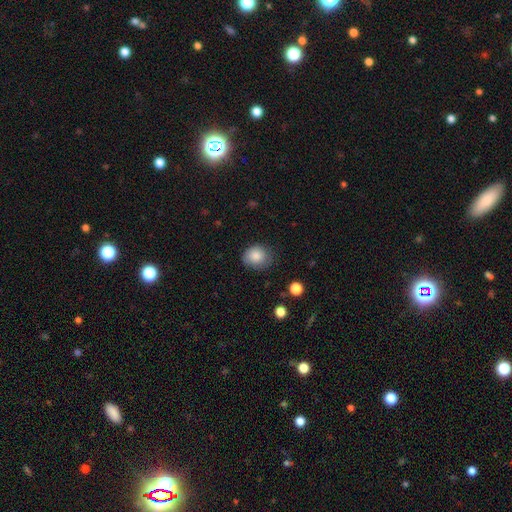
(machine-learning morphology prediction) Smooth or featured?
  - smooth: 85% *
  - star or artifact: 9%
  - featured or disk: 6%
How rounded?
  - round: 70% *
  - in between: 29%
  - cigar-shaped: 1%
Merging?
  - none: 72% *
  - minor disturbance: 21%
  - major disturbance: 5%
  - merger: 1%